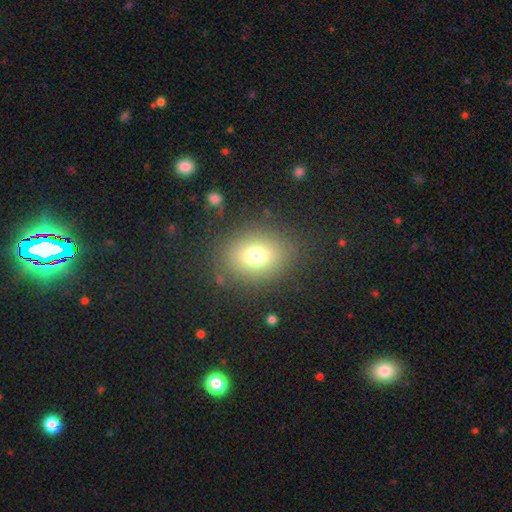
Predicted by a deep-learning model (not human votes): A smooth galaxy with no disk features (74%) that is round (52%). Merging: none (83%).